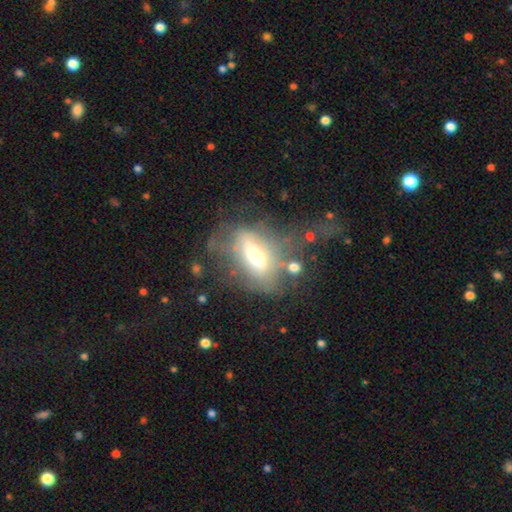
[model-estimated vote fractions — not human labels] Smooth or featured: featured or disk — 48% (smooth — 41%)
Merging: none — 35% (major disturbance — 34%)